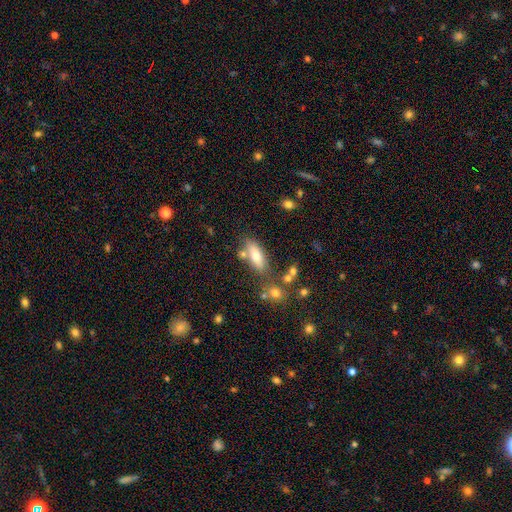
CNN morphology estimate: The model was most divided on "how rounded": in between: 70%, cigar-shaped: 27%, round: 3%. More confident: smooth or featured — smooth (68%); merging — none (65%).